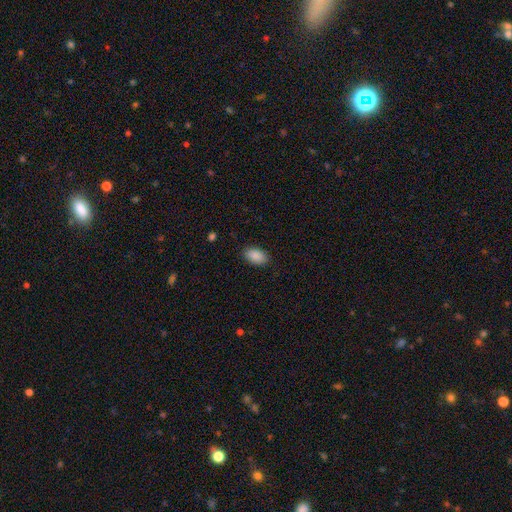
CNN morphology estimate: Smooth or featured?
  - smooth: 90% *
  - star or artifact: 7%
  - featured or disk: 3%
How rounded?
  - in between: 93% *
  - round: 6%
  - cigar-shaped: 1%
Merging?
  - none: 88% *
  - minor disturbance: 9%
  - major disturbance: 2%
  - merger: 1%